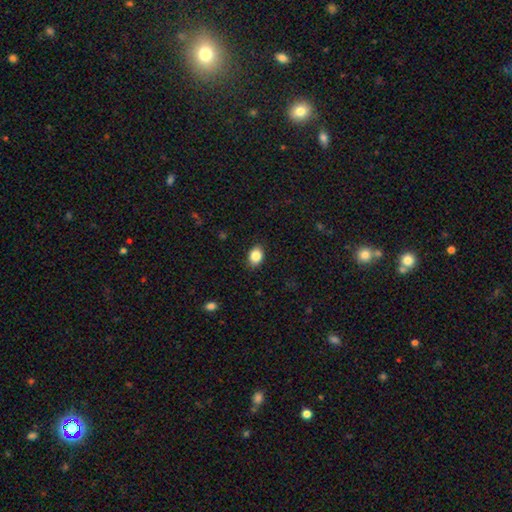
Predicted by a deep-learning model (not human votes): This appears to be a smooth galaxy with no disk features (87%) that is in between round and cigar-shaped (75%). Merging: none (86%).